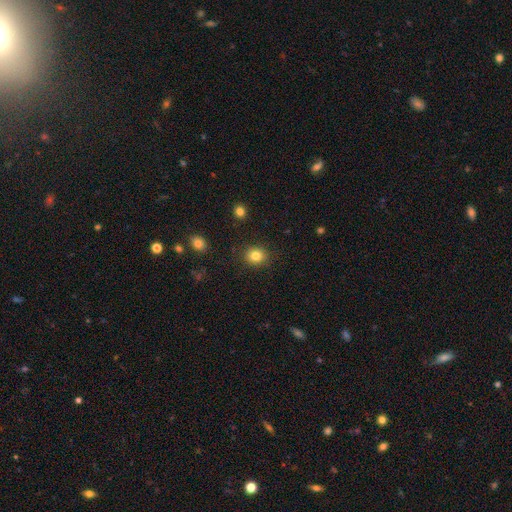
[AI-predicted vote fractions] The model was most divided on "how rounded": round: 78%, in between: 21%, cigar-shaped: 1%. More confident: merging — none (89%); smooth or featured — smooth (83%).